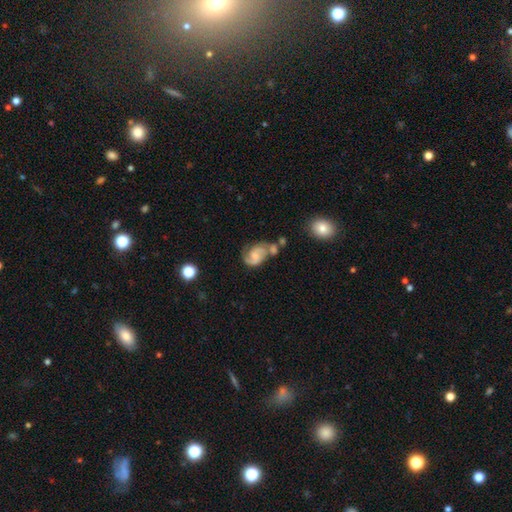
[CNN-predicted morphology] This appears to be a featured or disk galaxy (77%) with no bar (54%), 2 (83%) medium (51%) spiral arms (94%) and a small central bulge (44%). Merging: none (42%).